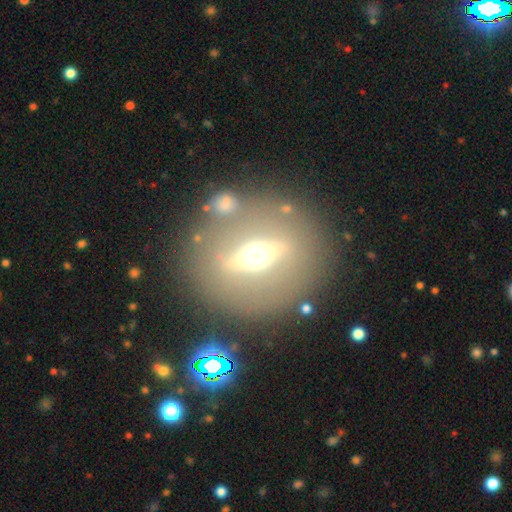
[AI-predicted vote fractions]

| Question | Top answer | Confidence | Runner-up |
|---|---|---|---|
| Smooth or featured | featured or disk | 64% | smooth (25%) |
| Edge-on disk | yes | 50% | tied: no (50%) |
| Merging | none | 74% | merger (10%) |